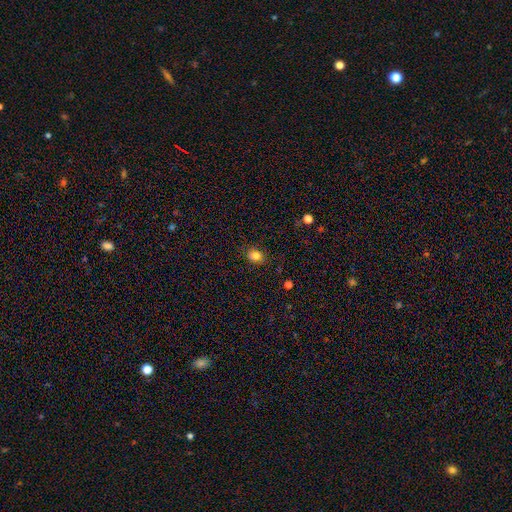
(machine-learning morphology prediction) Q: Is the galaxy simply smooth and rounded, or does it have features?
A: smooth — 82%.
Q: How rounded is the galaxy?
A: round — 60%.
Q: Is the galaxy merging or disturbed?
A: none — 84%.